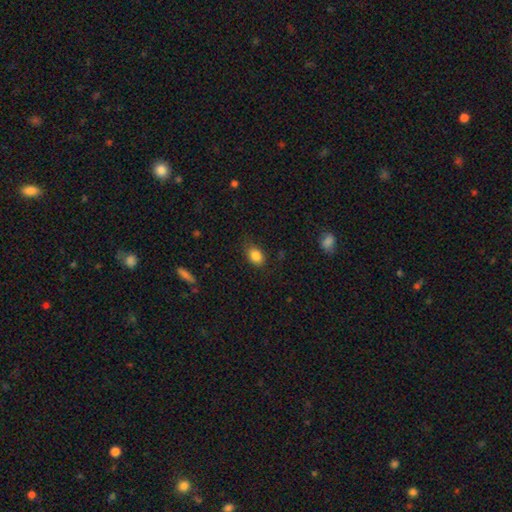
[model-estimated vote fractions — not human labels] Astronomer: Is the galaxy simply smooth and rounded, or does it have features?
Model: smooth — 84%.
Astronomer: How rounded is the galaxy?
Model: in between — 72%.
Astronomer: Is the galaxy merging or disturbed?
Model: none — 77%.